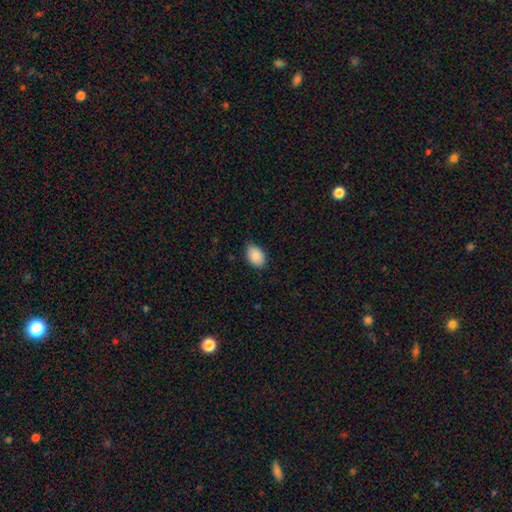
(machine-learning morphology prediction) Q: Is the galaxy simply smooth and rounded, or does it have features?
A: smooth — 89%.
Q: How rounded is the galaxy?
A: in between — 85%.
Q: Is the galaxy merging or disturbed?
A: none — 80%.